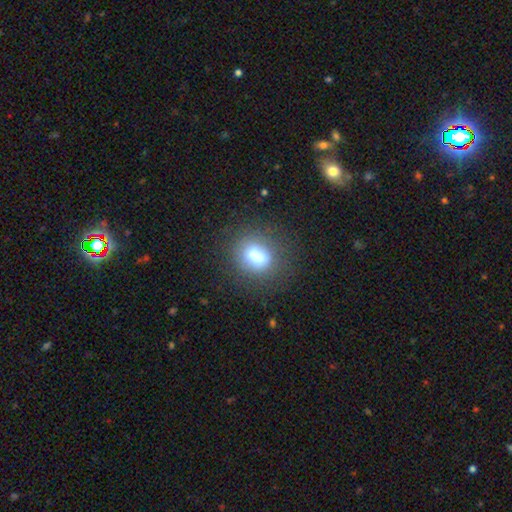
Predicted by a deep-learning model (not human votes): Smooth or featured? smooth (73%)
How rounded? round (51%)
Merging? none (71%)